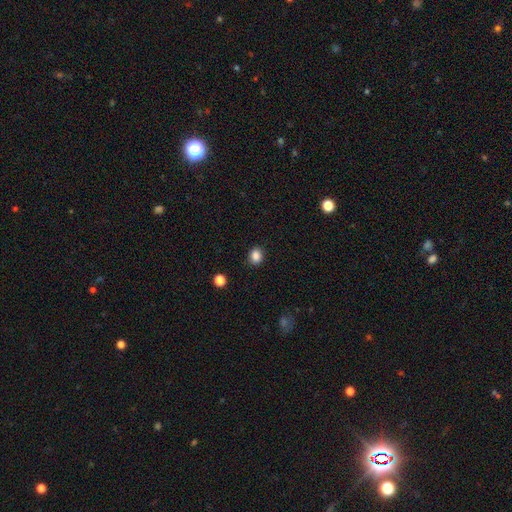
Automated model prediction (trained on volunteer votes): Smooth or featured? smooth (86%)
How rounded? round (62%)
Merging? none (88%)